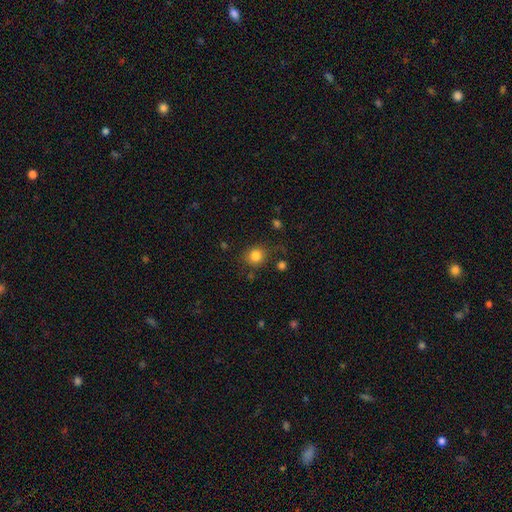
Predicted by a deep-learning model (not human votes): Smooth or featured? smooth (82%)
How rounded? round (84%)
Merging? none (79%)